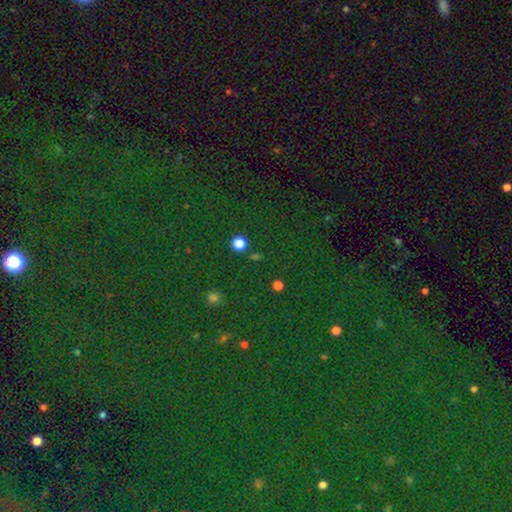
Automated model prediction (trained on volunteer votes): Q: Smooth or featured?
A: star or artifact (81%); runner-up: smooth (11%)